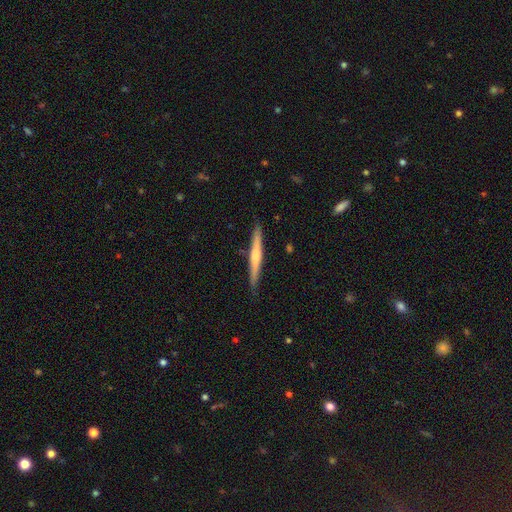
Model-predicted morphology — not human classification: Smooth or featured: featured or disk — 54% (smooth — 41%)
Edge-on disk: yes — 98% (no — 2%)
Edge-on bulge: rounded — 57% (none — 29%)
Merging: none — 88% (minor disturbance — 9%)